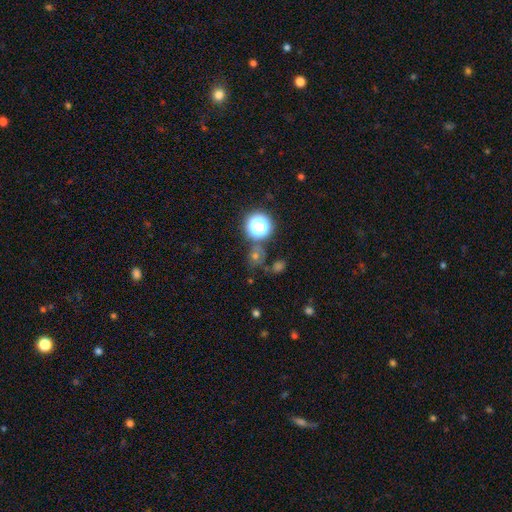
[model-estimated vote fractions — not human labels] Q: Smooth or featured?
A: smooth (47%); runner-up: star or artifact (43%)
Q: Merging?
A: none (73%); runner-up: minor disturbance (12%)